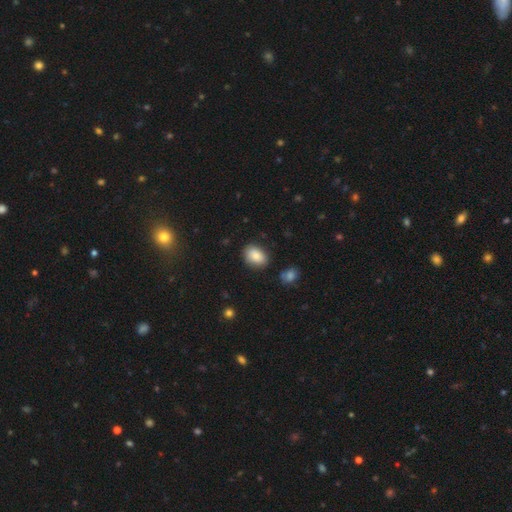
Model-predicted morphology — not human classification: Overall: smooth (84%). How rounded: in between (75%). Merging: none (82%).